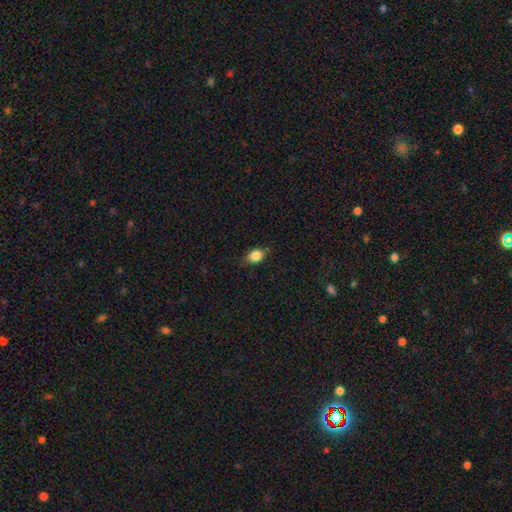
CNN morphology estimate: Smooth or featured? smooth (83%)
How rounded? in between (67%)
Merging? none (78%)